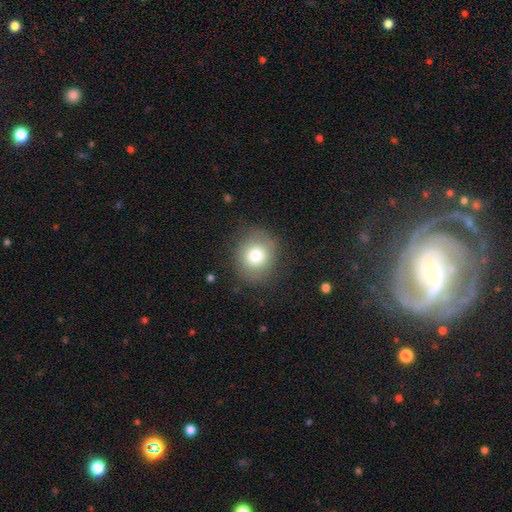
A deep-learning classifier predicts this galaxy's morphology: smooth_or_featured: smooth (p=0.77) [alt: featured or disk p=0.13]
how_rounded: round (p=0.79) [alt: in between p=0.20]
merging: none (p=0.83) [alt: minor disturbance p=0.12]